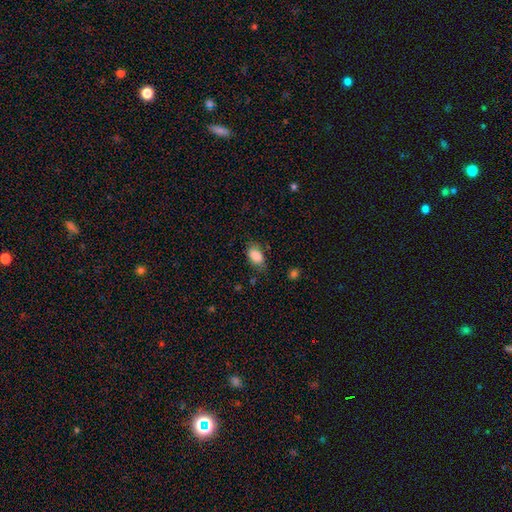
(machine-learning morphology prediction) type=smooth (87%); roundness=in between (91%); merging=none (70%).